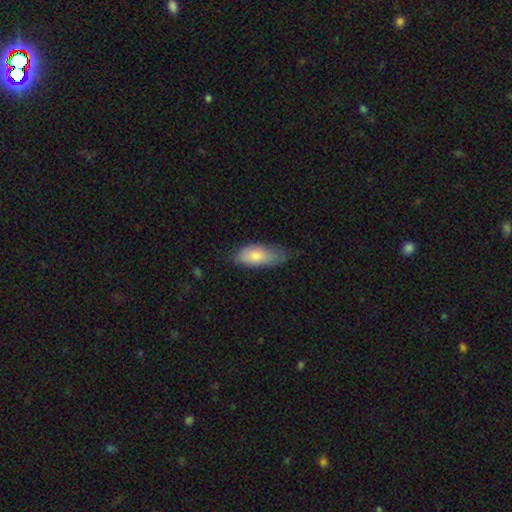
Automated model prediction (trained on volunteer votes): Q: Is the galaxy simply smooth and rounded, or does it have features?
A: smooth — 79%.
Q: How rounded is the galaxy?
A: in between — 88%.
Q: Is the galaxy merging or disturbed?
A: none — 50%.